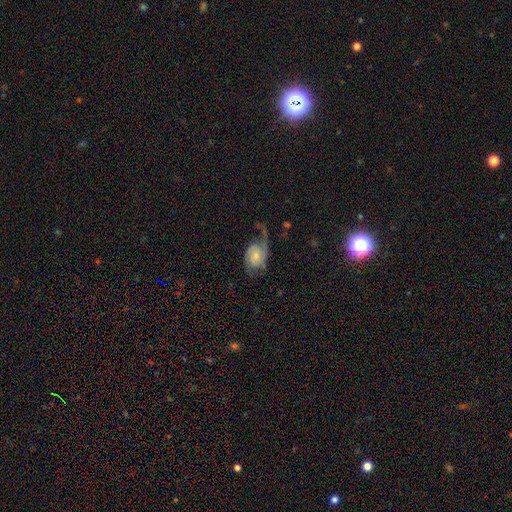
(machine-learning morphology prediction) A featured or disk galaxy (68%) with no bar (69%), 2 (63%) loose (53%) spiral arms (92%) and a small central bulge (46%). Merging: none (38%).